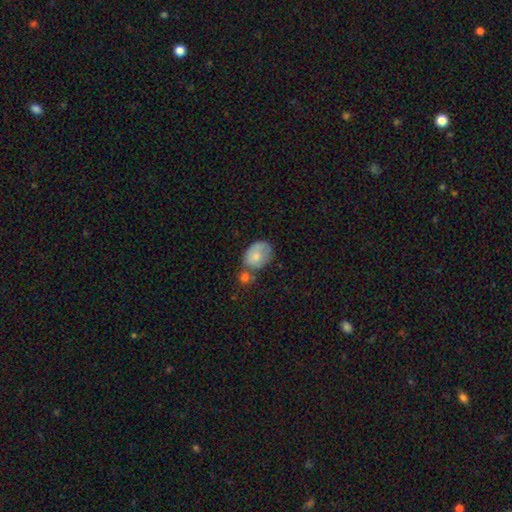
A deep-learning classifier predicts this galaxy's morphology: Overall: smooth (72%). How rounded: in between (70%). Merging: none (35%; minor disturbance 27%).